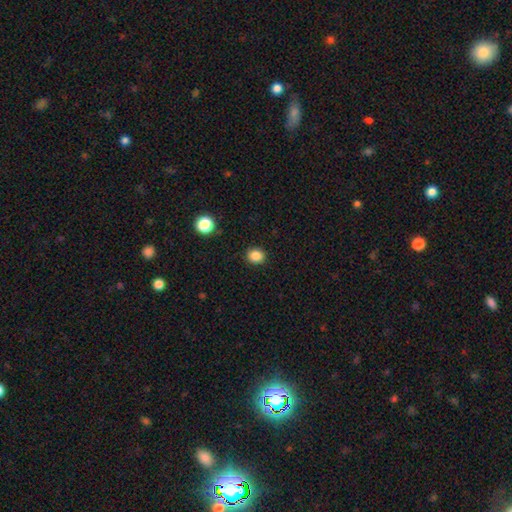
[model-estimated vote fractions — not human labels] Overall: smooth (85%). How rounded: round (78%). Merging: none (90%).